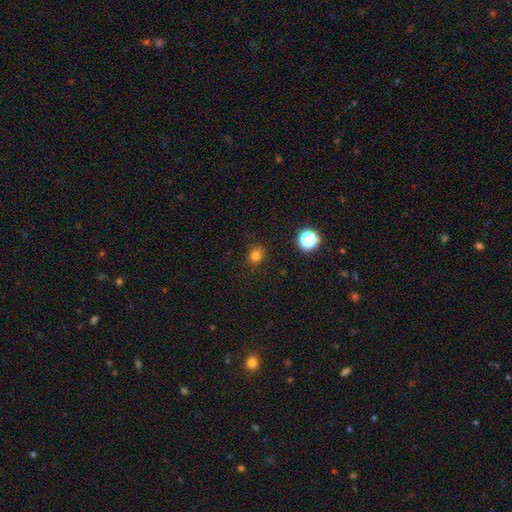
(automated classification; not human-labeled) Smooth or featured? Predicted: smooth (p=0.79). How rounded? Predicted: round (p=0.74). Merging? Predicted: none (p=0.87).